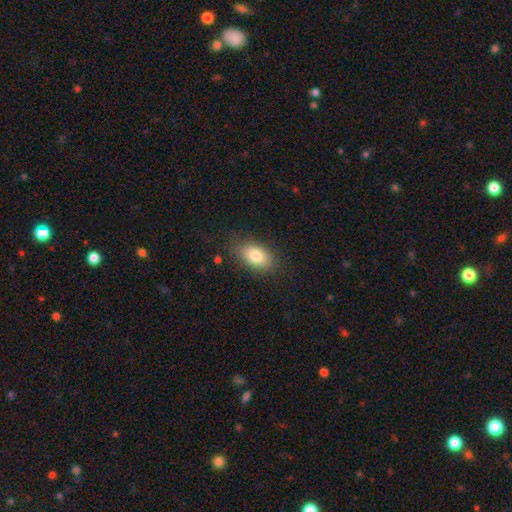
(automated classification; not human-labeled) Smooth or featured?
  - smooth: 80% *
  - featured or disk: 12%
  - star or artifact: 8%
How rounded?
  - in between: 90% *
  - round: 8%
  - cigar-shaped: 2%
Merging?
  - none: 82% *
  - minor disturbance: 13%
  - major disturbance: 4%
  - merger: 1%